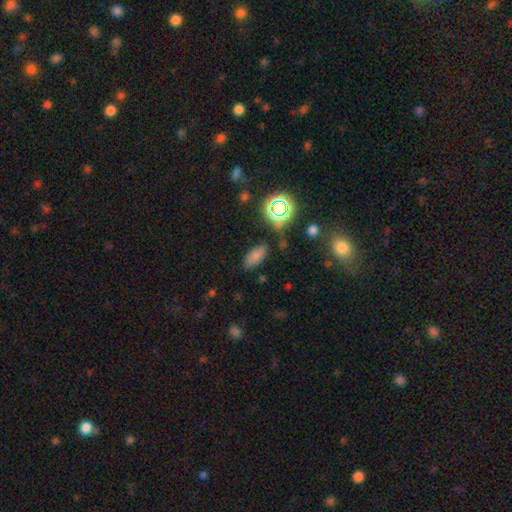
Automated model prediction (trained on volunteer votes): This appears to be a smooth galaxy with no disk features (72%) that is in between round and cigar-shaped (87%). Merging: none (77%).